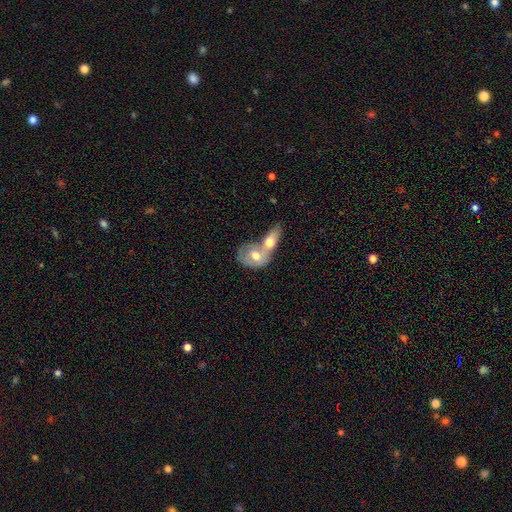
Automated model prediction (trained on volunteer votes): Smooth or featured?
  - smooth: 57% *
  - featured or disk: 38%
  - star or artifact: 5%
How rounded?
  - in between: 72% *
  - round: 25%
  - cigar-shaped: 4%
Merging?
  - merger: 77% *
  - none: 14%
  - minor disturbance: 6%
  - major disturbance: 4%